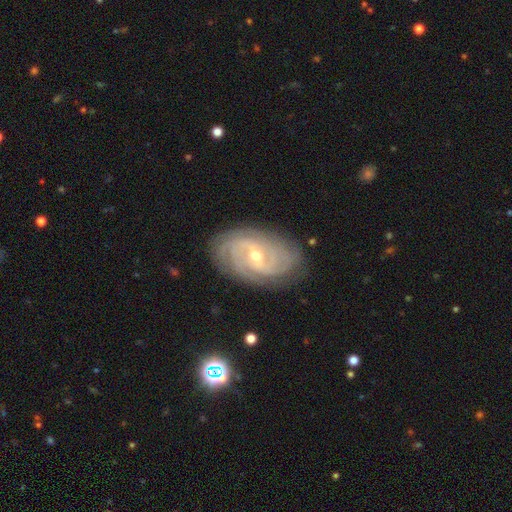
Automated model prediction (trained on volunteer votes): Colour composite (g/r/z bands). It shows a featured or disk galaxy (89%) with a weak bar (52%), 2 (24%) tight (65%) spiral arms (97%) and a small central bulge (51%). Merging: none (82%).